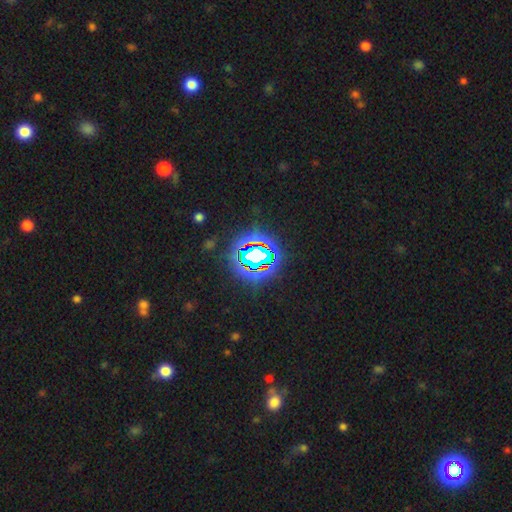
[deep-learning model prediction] Q: Smooth or featured?
A: star or artifact (82%); runner-up: smooth (11%)